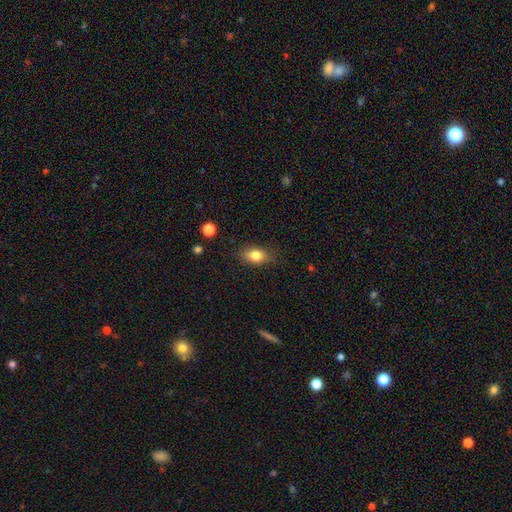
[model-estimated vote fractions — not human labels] smooth 81%, featured or disk 10%, star or artifact 9%. Down the decision tree: how rounded — in between (80%); merging — none (83%).